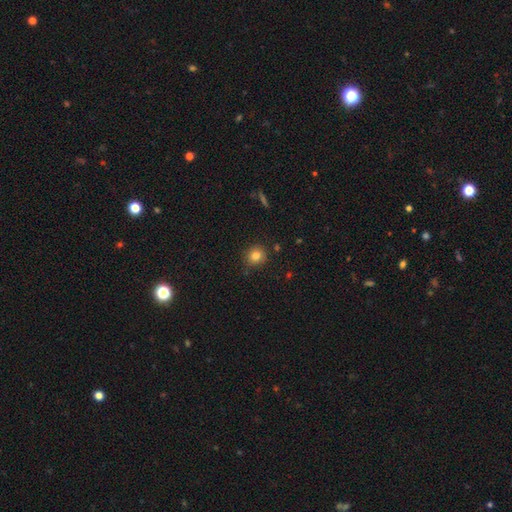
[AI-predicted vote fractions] This is clearly a smooth galaxy (82%). How rounded: clearly round (88%). Merging: clearly none (85%).